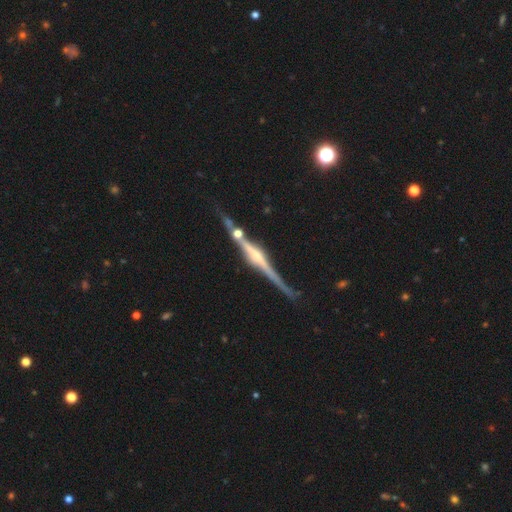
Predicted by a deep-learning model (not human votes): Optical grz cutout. It shows a featured or disk galaxy (87%) viewed edge-on (98%) with a rounded central bulge (73%). Merging: none (77%).